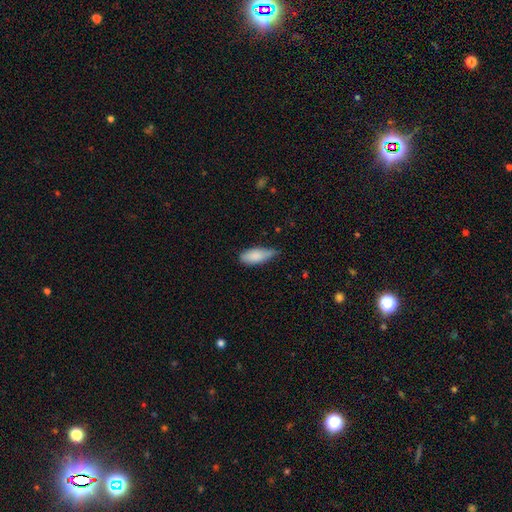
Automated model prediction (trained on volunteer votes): The model was most divided on "merging": none: 47%, minor disturbance: 44%, major disturbance: 7%, merger: 2%. More confident: smooth or featured — smooth (85%); how rounded — in between (79%).